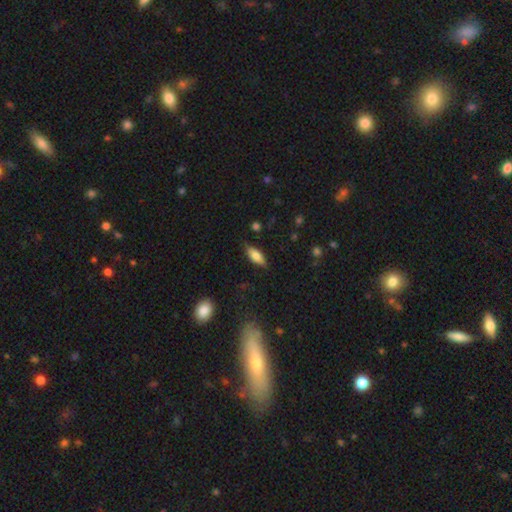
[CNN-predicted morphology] Smooth or featured? smooth (72%)
How rounded? in between (70%)
Merging? none (83%)